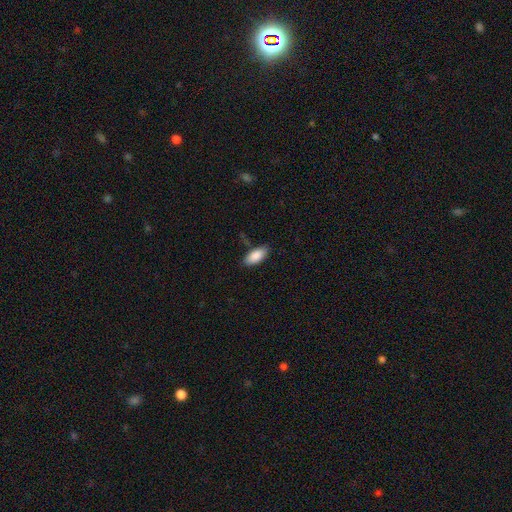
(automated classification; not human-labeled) Smooth or featured? Predicted: smooth (p=0.88). How rounded? Predicted: in between (p=0.90). Merging? Predicted: none (p=0.81).